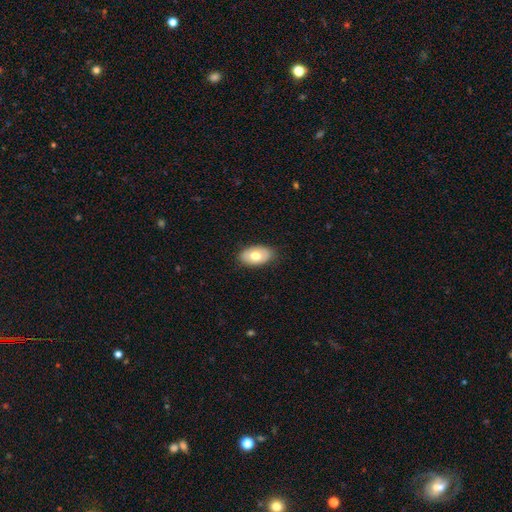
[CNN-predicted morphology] Smooth or featured?
  - smooth: 69% *
  - featured or disk: 24%
  - star or artifact: 6%
How rounded?
  - in between: 92% *
  - round: 6%
  - cigar-shaped: 1%
Merging?
  - none: 85% *
  - minor disturbance: 12%
  - major disturbance: 2%
  - merger: 1%